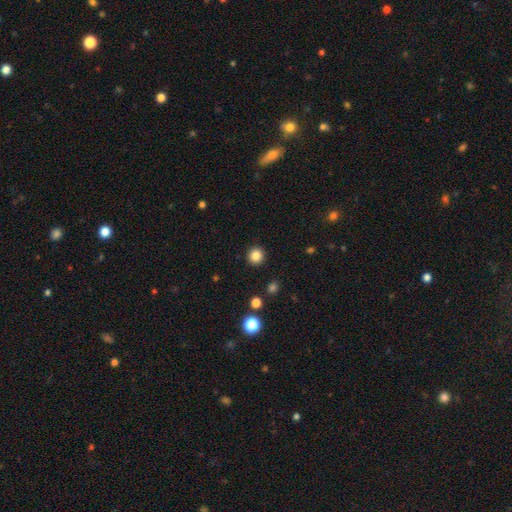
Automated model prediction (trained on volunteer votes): smooth 84%, star or artifact 11%, featured or disk 4%. Down the decision tree: how rounded — round (95%); merging — none (93%).